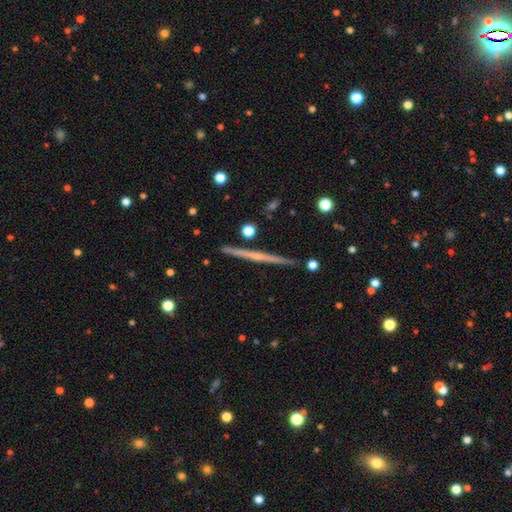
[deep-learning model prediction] The model was most divided on "edge-on bulge": none: 60%, rounded: 34%, boxy: 6%. More confident: edge-on disk — yes (98%); merging — none (91%); smooth or featured — featured or disk (72%).